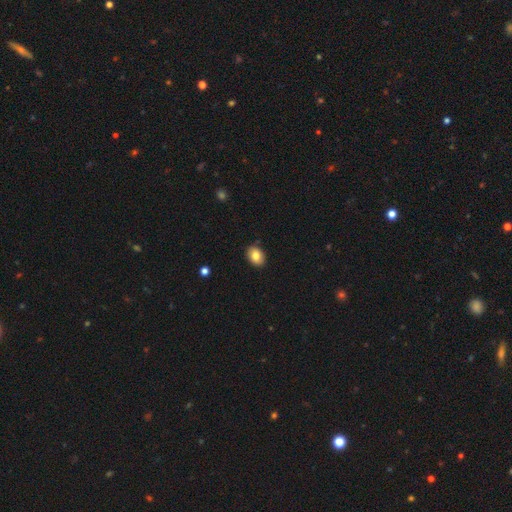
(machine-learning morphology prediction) Smooth or featured?
  - smooth: 83% *
  - featured or disk: 8%
  - star or artifact: 8%
How rounded?
  - in between: 74% *
  - round: 25%
  - cigar-shaped: 1%
Merging?
  - none: 89% *
  - minor disturbance: 8%
  - major disturbance: 2%
  - merger: 1%